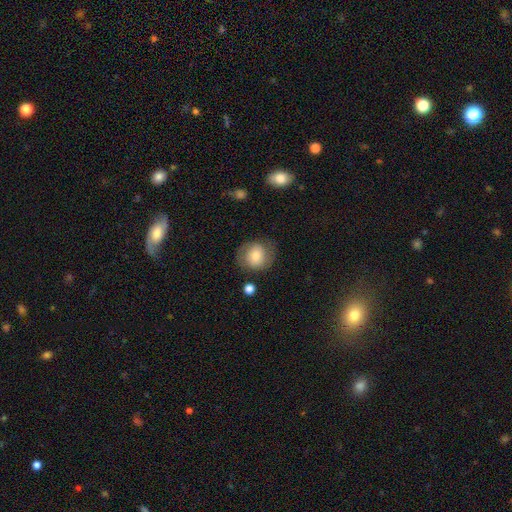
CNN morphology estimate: smooth-or-featured: smooth: 58% | featured or disk: 34% | star or artifact: 8%
  how-rounded: round: 80% | in between: 19% | cigar-shaped: 1%
  merging: none: 74% | minor disturbance: 16% | major disturbance: 8% | merger: 2%